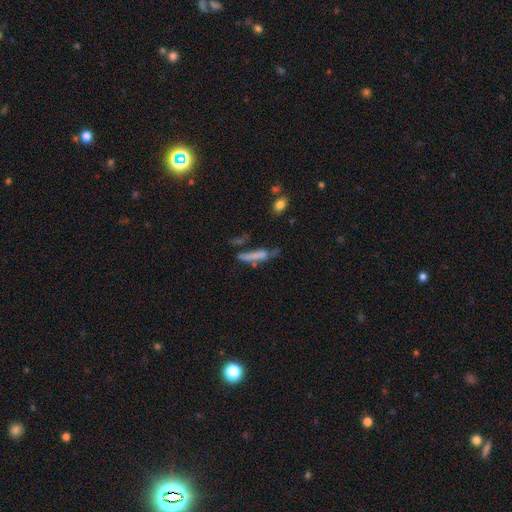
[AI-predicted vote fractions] A smooth galaxy with no disk features (63%) that is cigar-shaped (83%).

Vote fractions:
- Smooth or featured? smooth: 63% / featured or disk: 26% / star or artifact: 11%
- How rounded? cigar-shaped: 83% / in between: 14% / round: 3%
- Merging? none: 45% / minor disturbance: 23% / major disturbance: 17% / merger: 15%